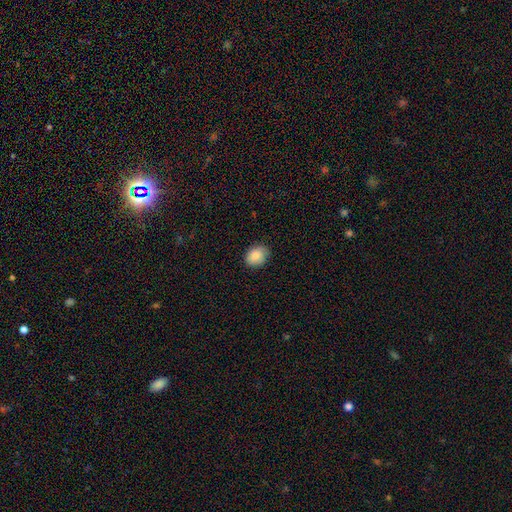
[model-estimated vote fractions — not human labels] A smooth galaxy with no disk features (87%) that is in between round and cigar-shaped (57%).

Vote fractions:
- Smooth or featured? smooth: 87% / star or artifact: 7% / featured or disk: 5%
- How rounded? in between: 57% / round: 42% / cigar-shaped: 1%
- Merging? none: 82% / minor disturbance: 14% / major disturbance: 3% / merger: 1%